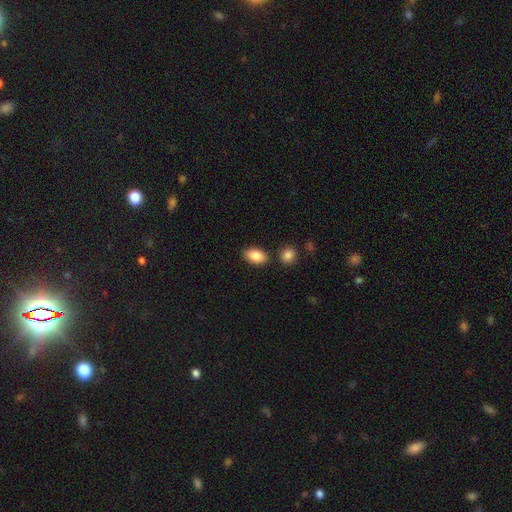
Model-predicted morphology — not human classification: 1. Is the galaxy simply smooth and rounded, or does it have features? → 87% smooth, 7% star or artifact, 7% featured or disk.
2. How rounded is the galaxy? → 92% in between, 6% round, 2% cigar-shaped.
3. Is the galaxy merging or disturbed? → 81% none, 11% minor disturbance, 6% merger, 2% major disturbance.